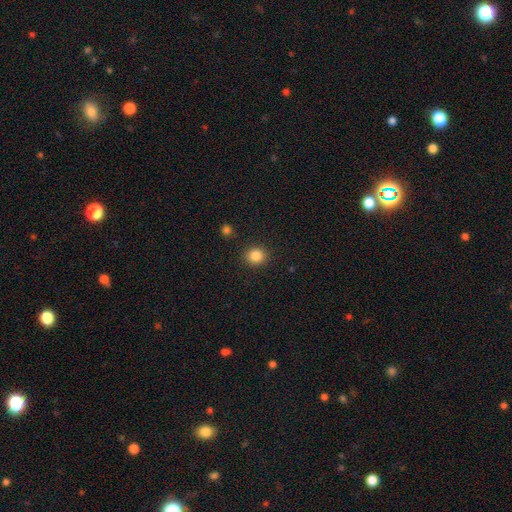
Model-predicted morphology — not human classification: This appears to be a smooth galaxy with no disk features (85%) that is round (86%). Merging: none (90%).